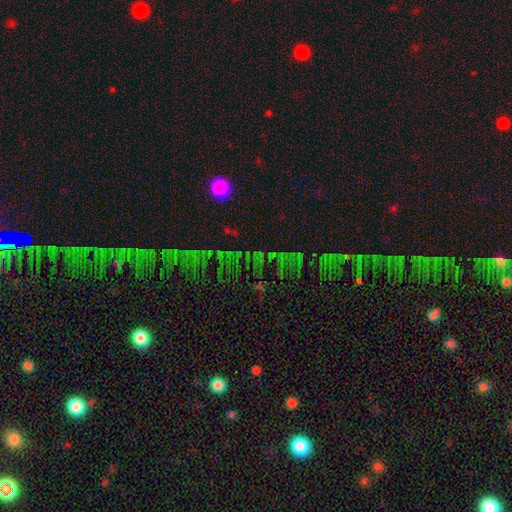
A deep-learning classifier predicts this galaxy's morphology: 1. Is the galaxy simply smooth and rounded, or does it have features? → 74% star or artifact, 15% smooth, 11% featured or disk.